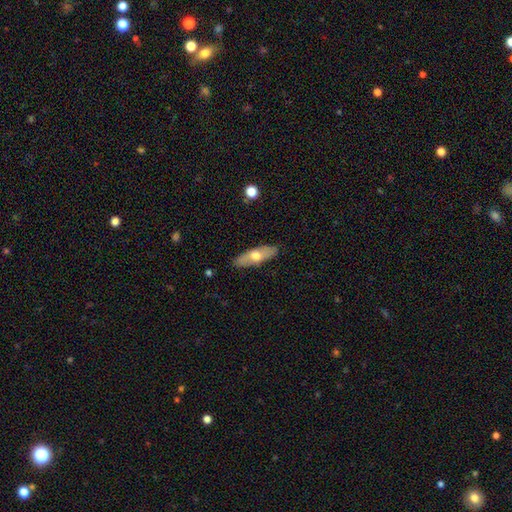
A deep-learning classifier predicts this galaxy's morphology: Smooth or featured?
  - smooth: 54% *
  - featured or disk: 40%
  - star or artifact: 6%
How rounded?
  - in between: 57% *
  - cigar-shaped: 40%
  - round: 3%
Merging?
  - none: 88% *
  - minor disturbance: 9%
  - major disturbance: 2%
  - merger: 1%